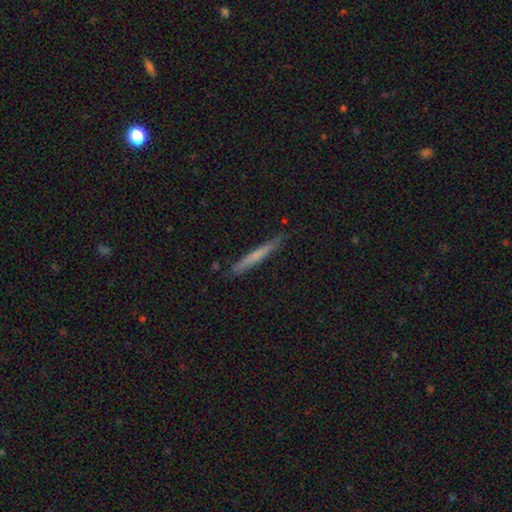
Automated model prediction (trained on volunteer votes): This is possibly a smooth galaxy (58%). How rounded: clearly cigar-shaped (97%). Merging: clearly none (86%).